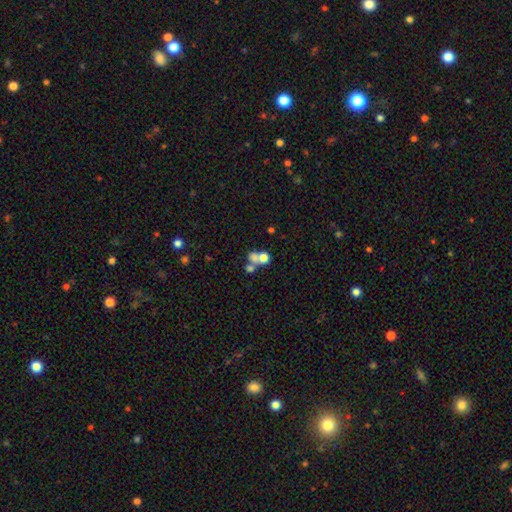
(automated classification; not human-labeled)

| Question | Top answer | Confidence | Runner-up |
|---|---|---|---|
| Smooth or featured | smooth | 62% | featured or disk (21%) |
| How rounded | round | 67% | in between (32%) |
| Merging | merger | 55% | none (31%) |